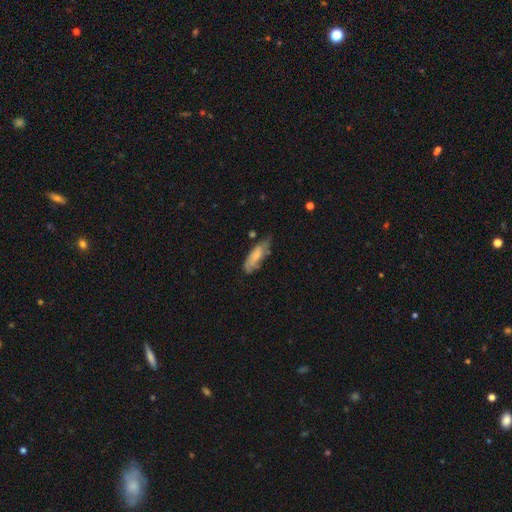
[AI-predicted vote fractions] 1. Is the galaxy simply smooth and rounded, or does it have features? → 62% smooth, 32% featured or disk, 6% star or artifact.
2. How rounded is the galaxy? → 59% in between, 39% cigar-shaped, 2% round.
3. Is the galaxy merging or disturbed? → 56% none, 31% minor disturbance, 9% major disturbance, 4% merger.